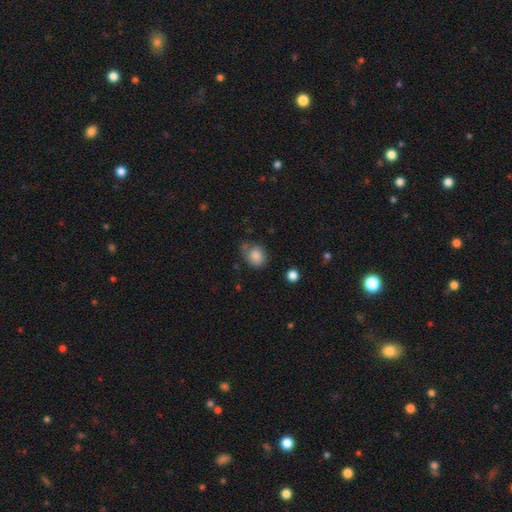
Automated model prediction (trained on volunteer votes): Q: Smooth or featured?
A: smooth (82%); runner-up: featured or disk (9%)
Q: How rounded?
A: round (54%); runner-up: in between (45%)
Q: Merging?
A: none (57%); runner-up: minor disturbance (28%)